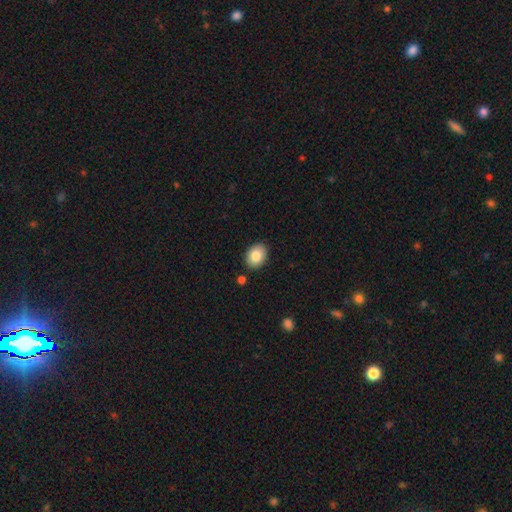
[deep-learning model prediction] Smooth or featured: smooth — 85% (featured or disk — 8%)
How rounded: in between — 71% (round — 28%)
Merging: none — 86% (minor disturbance — 9%)